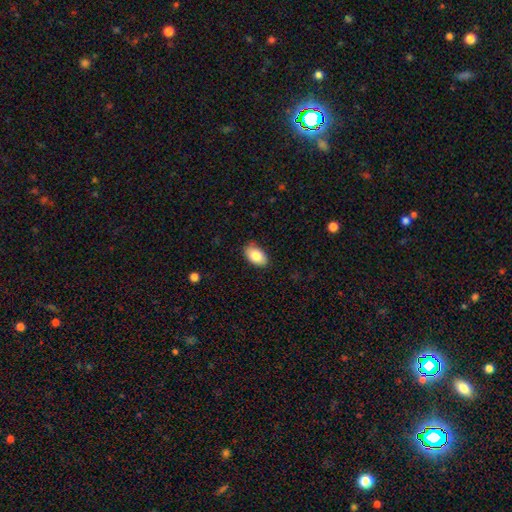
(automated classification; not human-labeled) Smooth or featured? Predicted: smooth (p=0.84). How rounded? Predicted: in between (p=0.92). Merging? Predicted: none (p=0.84).